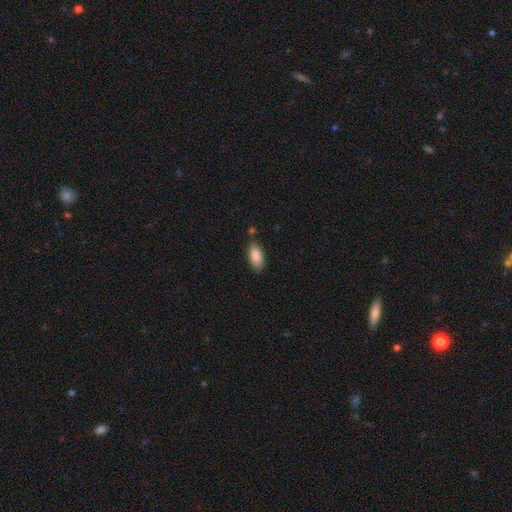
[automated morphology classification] A smooth galaxy with no disk features (88%) that is in between round and cigar-shaped (89%).

Vote fractions:
- Smooth or featured? smooth: 88% / star or artifact: 6% / featured or disk: 5%
- How rounded? in between: 89% / cigar-shaped: 9% / round: 2%
- Merging? none: 81% / minor disturbance: 13% / merger: 3% / major disturbance: 3%